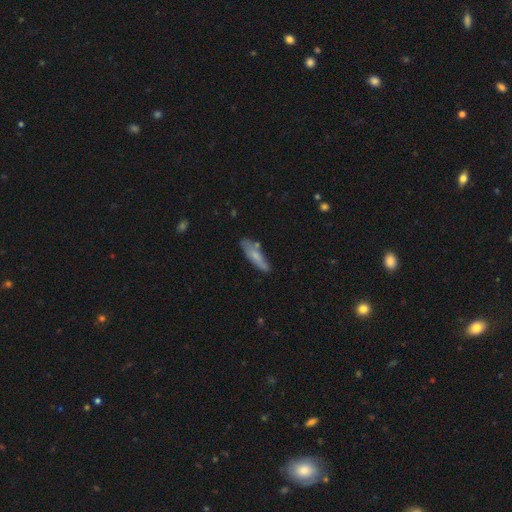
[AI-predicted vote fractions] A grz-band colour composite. It shows a smooth galaxy with no disk features (69%) that is cigar-shaped (69%). Merging: none (68%).